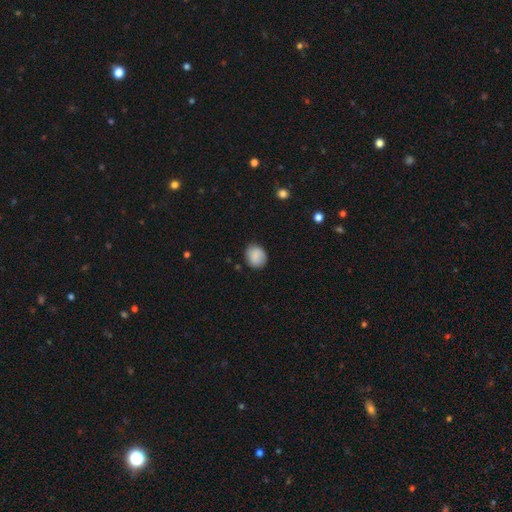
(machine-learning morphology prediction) A smooth galaxy with no disk features (86%) that is round (68%).

Vote fractions:
- Smooth or featured? smooth: 86% / star or artifact: 8% / featured or disk: 7%
- How rounded? round: 68% / in between: 31% / cigar-shaped: 1%
- Merging? none: 81% / minor disturbance: 15% / major disturbance: 3% / merger: 1%